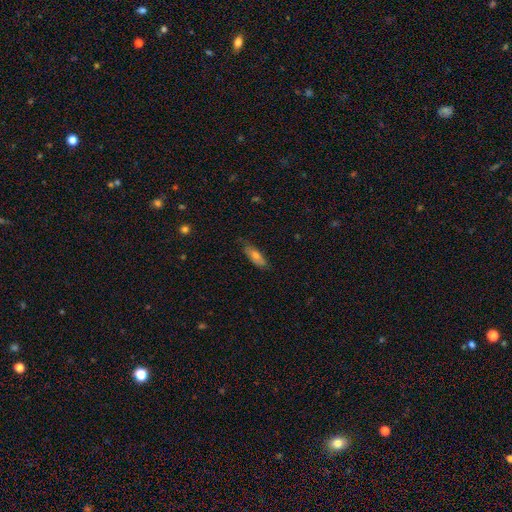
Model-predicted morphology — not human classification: Smooth or featured? smooth (62%)
How rounded? in between (62%)
Merging? none (75%)